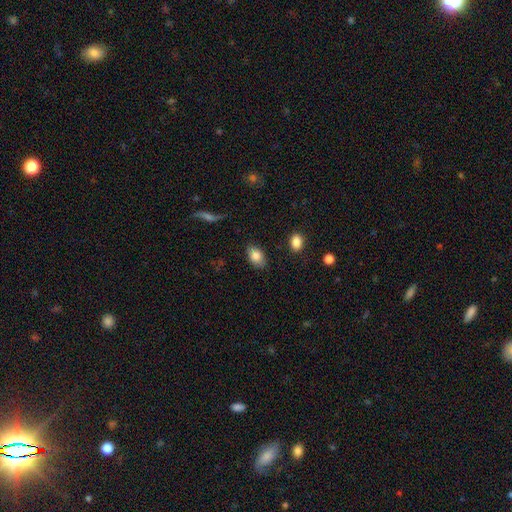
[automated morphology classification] Smooth or featured: smooth — 82% (featured or disk — 11%)
How rounded: in between — 88% (round — 10%)
Merging: none — 83% (minor disturbance — 12%)